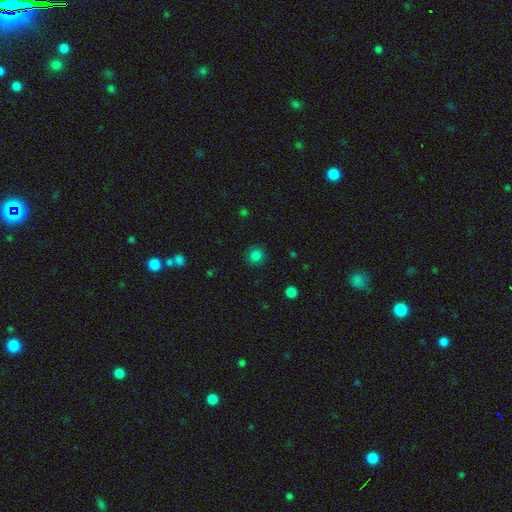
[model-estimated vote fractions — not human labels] Q: Smooth or featured?
A: smooth (82%); runner-up: star or artifact (13%)
Q: How rounded?
A: round (91%); runner-up: in between (8%)
Q: Merging?
A: none (89%); runner-up: minor disturbance (8%)